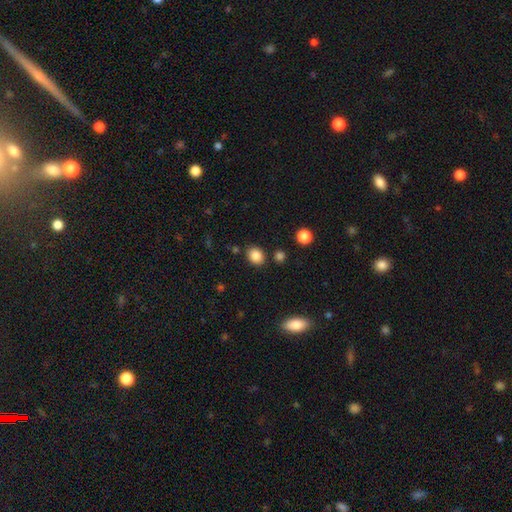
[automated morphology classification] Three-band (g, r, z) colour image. It shows a smooth galaxy with no disk features (86%) that is round (52%). Merging: none (82%).